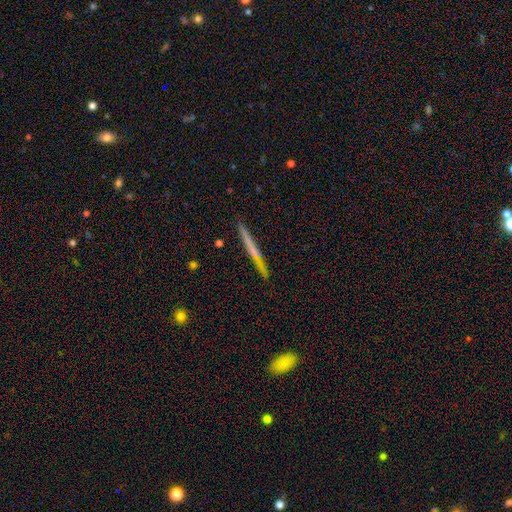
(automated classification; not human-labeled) Smooth or featured?
  - featured or disk: 58% *
  - smooth: 36%
  - star or artifact: 6%
Edge-on disk?
  - yes: 98% *
  - no: 2%
Edge-on bulge?
  - none: 67% *
  - rounded: 26%
  - boxy: 7%
Merging?
  - none: 91% *
  - minor disturbance: 7%
  - major disturbance: 1%
  - merger: 1%